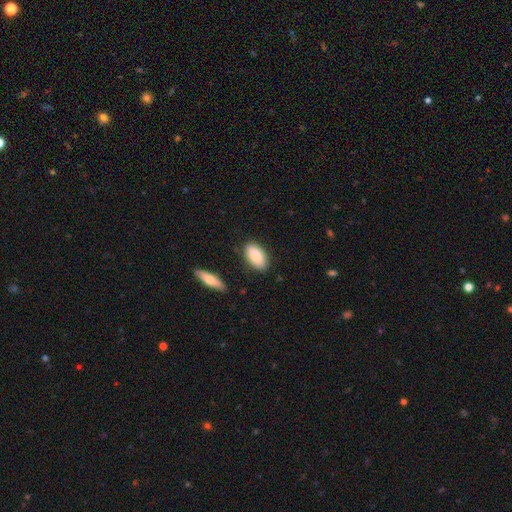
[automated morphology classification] Q: Smooth or featured?
A: smooth (84%); runner-up: featured or disk (10%)
Q: How rounded?
A: in between (92%); runner-up: cigar-shaped (4%)
Q: Merging?
A: none (83%); runner-up: minor disturbance (12%)